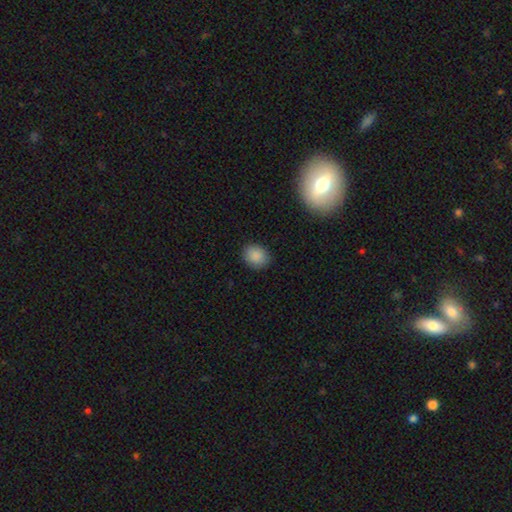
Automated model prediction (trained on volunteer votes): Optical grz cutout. It shows a smooth galaxy with no disk features (87%) that is round (58%). Merging: none (89%).